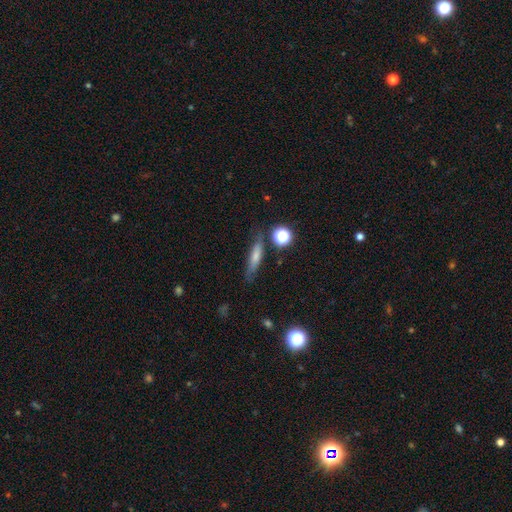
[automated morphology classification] smooth_or_featured: smooth (p=0.65) [alt: featured or disk p=0.25]
how_rounded: cigar-shaped (p=0.72) [alt: in between p=0.21]
merging: none (p=0.69) [alt: minor disturbance p=0.19]